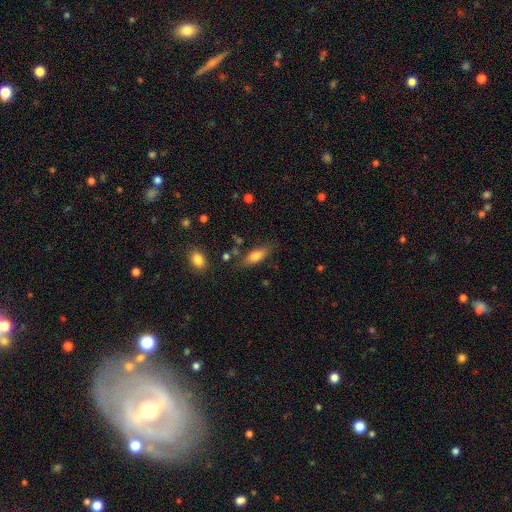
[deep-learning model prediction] Q: Smooth or featured?
A: smooth (69%); runner-up: featured or disk (23%)
Q: How rounded?
A: in between (63%); runner-up: cigar-shaped (34%)
Q: Merging?
A: none (75%); runner-up: minor disturbance (16%)